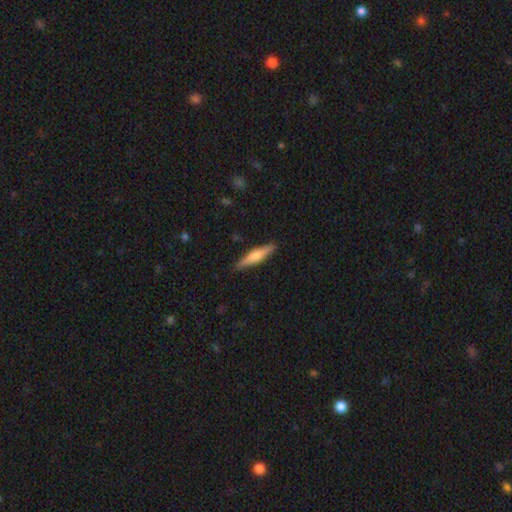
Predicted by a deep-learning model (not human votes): Smooth or featured: smooth — 55% (featured or disk — 39%)
How rounded: cigar-shaped — 84% (in between — 14%)
Merging: none — 87% (minor disturbance — 10%)